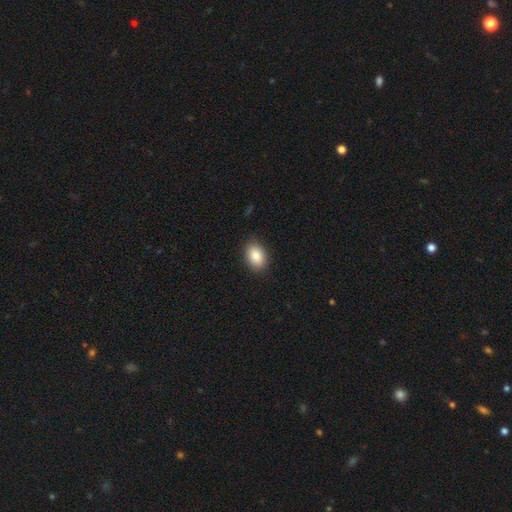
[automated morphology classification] Smooth or featured: smooth — 87% (star or artifact — 7%)
How rounded: in between — 80% (round — 19%)
Merging: none — 87% (minor disturbance — 10%)